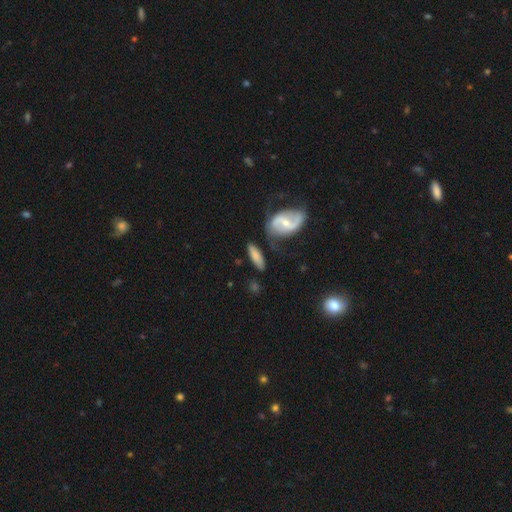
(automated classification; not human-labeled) The model was most divided on "how rounded": in between: 61%, cigar-shaped: 34%, round: 5%. More confident: merging — none (65%); smooth or featured — smooth (63%).